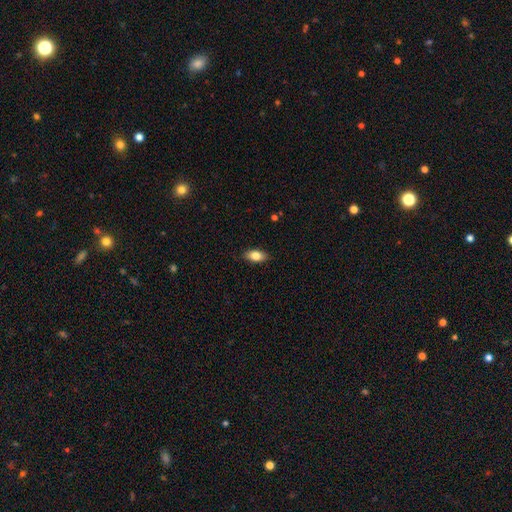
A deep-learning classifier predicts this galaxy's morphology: smooth_or_featured: smooth (p=0.81) [alt: featured or disk p=0.12]
how_rounded: in between (p=0.89) [alt: cigar-shaped p=0.06]
merging: none (p=0.88) [alt: minor disturbance p=0.10]